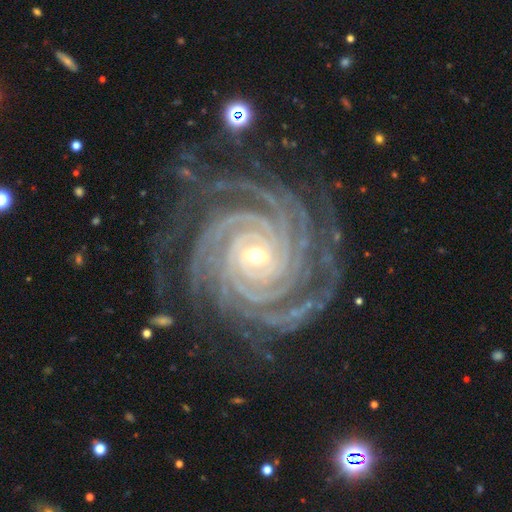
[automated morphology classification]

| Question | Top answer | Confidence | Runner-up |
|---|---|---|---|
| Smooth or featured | featured or disk | 94% | star or artifact (4%) |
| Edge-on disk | no | 98% | yes (2%) |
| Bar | no | 46% | weak (28%) |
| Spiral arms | yes | 99% | no (1%) |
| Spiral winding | tight | 90% | medium (9%) |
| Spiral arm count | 4 | 28% | more than 4 (26%) |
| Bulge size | small | 63% | moderate (34%) |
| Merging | none | 80% | minor disturbance (14%) |